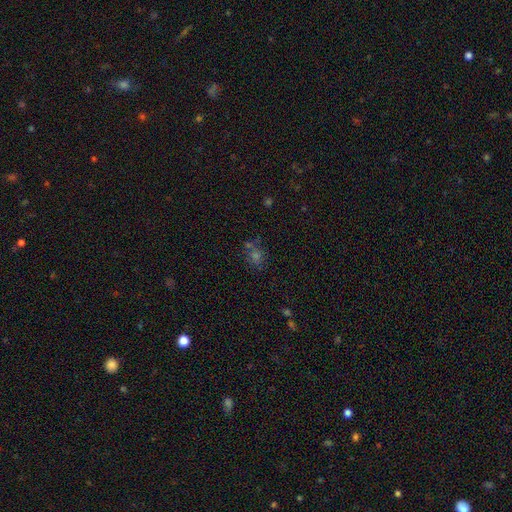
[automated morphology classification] Smooth or featured? Predicted: smooth (p=0.47). Merging? Predicted: none (p=0.65).